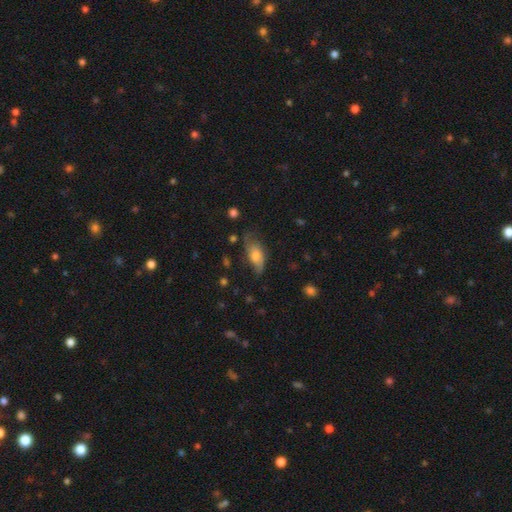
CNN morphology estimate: Overall: smooth (49%; featured or disk 43%). Merging: none (55%; minor disturbance 29%).